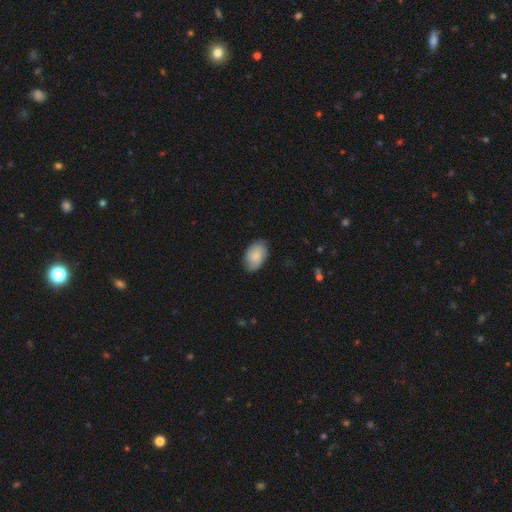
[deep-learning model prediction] Smooth or featured?
  - smooth: 78% *
  - featured or disk: 16%
  - star or artifact: 6%
How rounded?
  - in between: 92% *
  - round: 7%
  - cigar-shaped: 1%
Merging?
  - none: 79% *
  - minor disturbance: 17%
  - major disturbance: 3%
  - merger: 1%